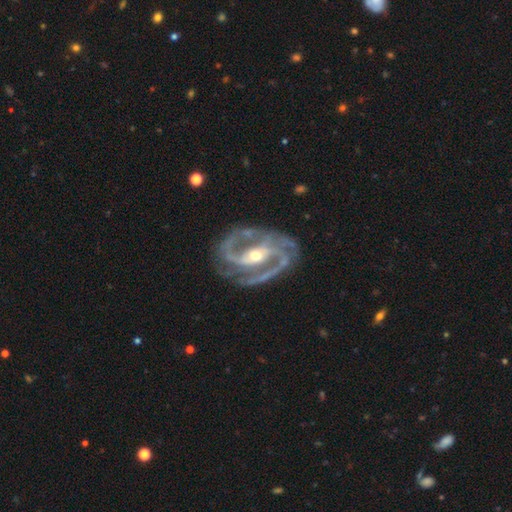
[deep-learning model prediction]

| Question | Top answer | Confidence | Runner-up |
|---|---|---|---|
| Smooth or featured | featured or disk | 93% | star or artifact (4%) |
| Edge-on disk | no | 97% | yes (3%) |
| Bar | strong | 43% | weak (35%) |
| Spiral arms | yes | 98% | no (2%) |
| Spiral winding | medium | 56% | tight (33%) |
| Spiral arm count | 2 | 62% | 3 (23%) |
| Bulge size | moderate | 53% | small (43%) |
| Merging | none | 75% | minor disturbance (16%) |